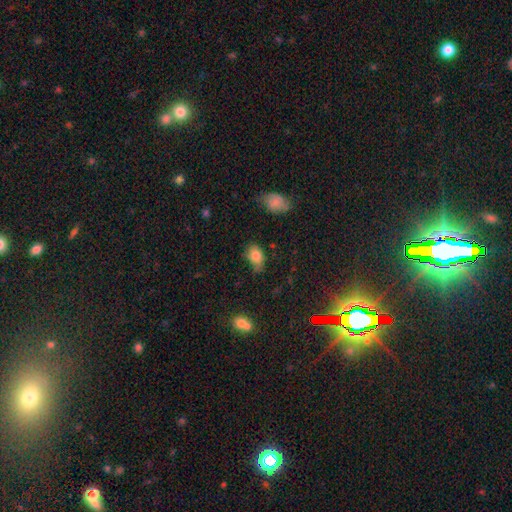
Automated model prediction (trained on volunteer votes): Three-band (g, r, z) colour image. It shows a smooth galaxy with no disk features (82%) that is in between round and cigar-shaped (80%). Merging: none (49%).